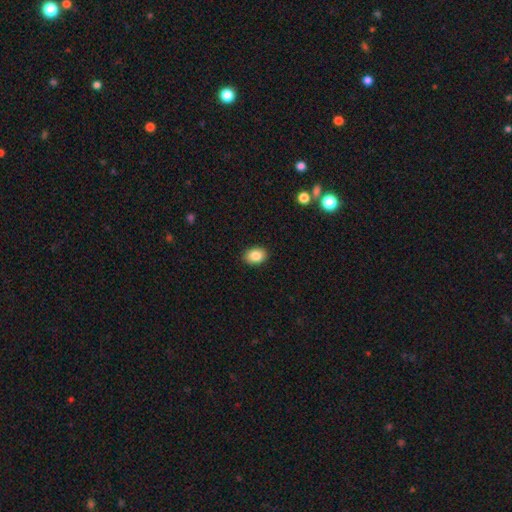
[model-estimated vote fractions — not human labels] A smooth galaxy with no disk features (85%) that is in between round and cigar-shaped (71%).

Vote fractions:
- Smooth or featured? smooth: 85% / star or artifact: 8% / featured or disk: 6%
- How rounded? in between: 71% / round: 28% / cigar-shaped: 1%
- Merging? none: 90% / minor disturbance: 7% / major disturbance: 2% / merger: 1%